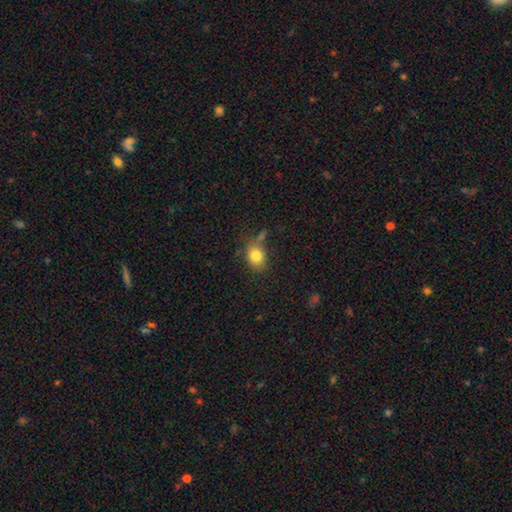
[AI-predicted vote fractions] Morphology: type=smooth (82%); roundness=in between (50%); merging=none (63%).